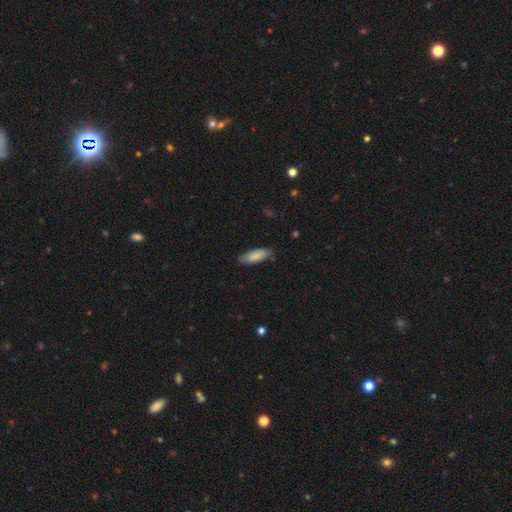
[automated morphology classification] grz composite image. It shows a smooth galaxy with no disk features (83%) that is in between round and cigar-shaped (66%). Merging: none (76%).